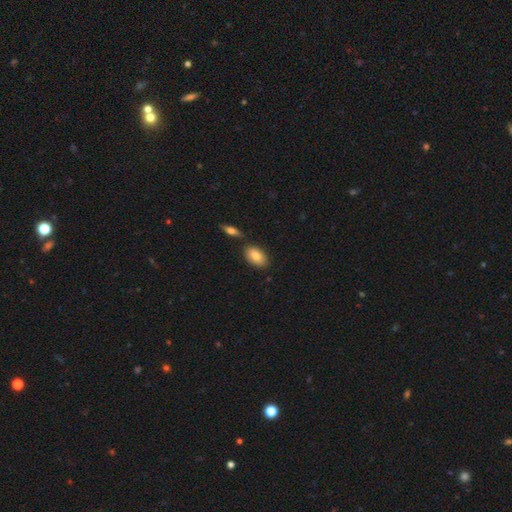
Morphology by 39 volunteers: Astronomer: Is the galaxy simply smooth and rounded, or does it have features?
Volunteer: smooth — 82%.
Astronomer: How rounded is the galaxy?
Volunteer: in between — 94%.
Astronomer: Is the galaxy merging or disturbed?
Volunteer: none — 71%.